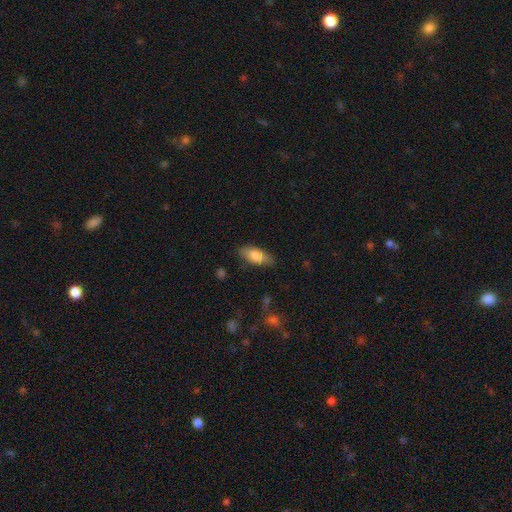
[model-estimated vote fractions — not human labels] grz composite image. It shows a smooth galaxy with no disk features (80%) that is in between round and cigar-shaped (84%). Merging: none (79%).